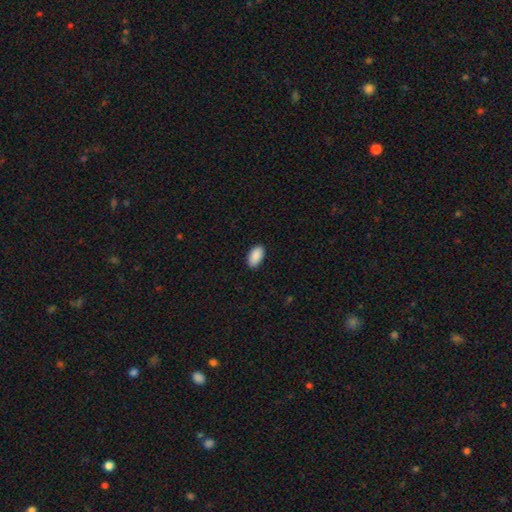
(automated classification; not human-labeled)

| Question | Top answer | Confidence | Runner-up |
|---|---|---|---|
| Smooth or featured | smooth | 91% | star or artifact (6%) |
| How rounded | in between | 96% | round (3%) |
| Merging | none | 90% | minor disturbance (7%) |